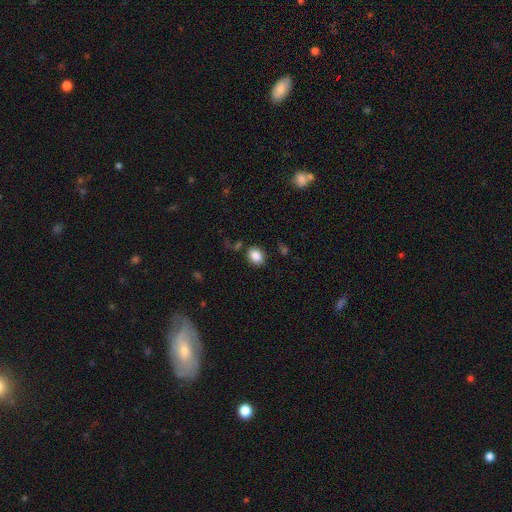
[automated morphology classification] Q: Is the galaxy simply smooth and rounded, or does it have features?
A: smooth — 86%.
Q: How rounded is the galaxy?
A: in between — 58%.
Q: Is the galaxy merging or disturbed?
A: none — 80%.